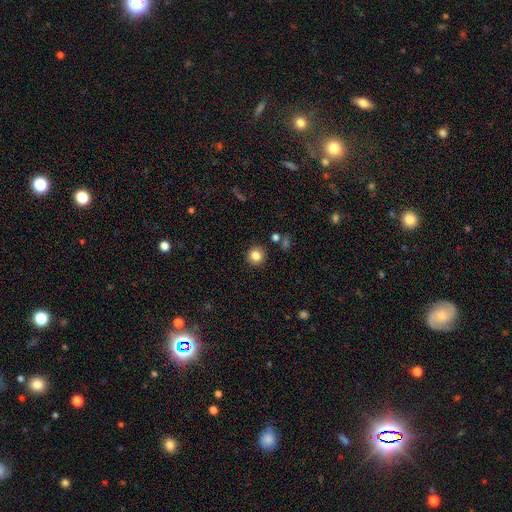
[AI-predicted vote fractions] Overall: smooth (83%). How rounded: round (91%). Merging: none (90%).